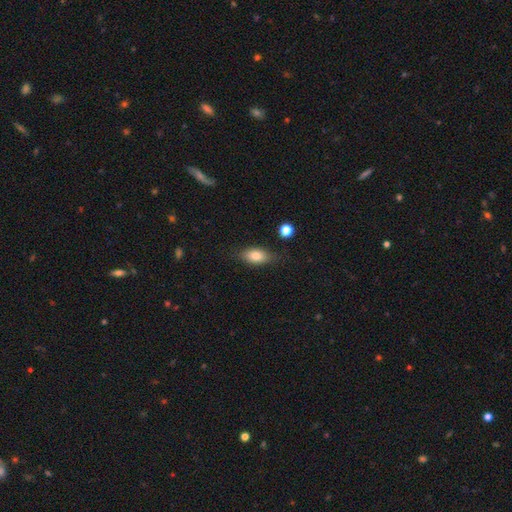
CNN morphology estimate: Overall: smooth (80%). How rounded: in between (85%). Merging: none (76%).